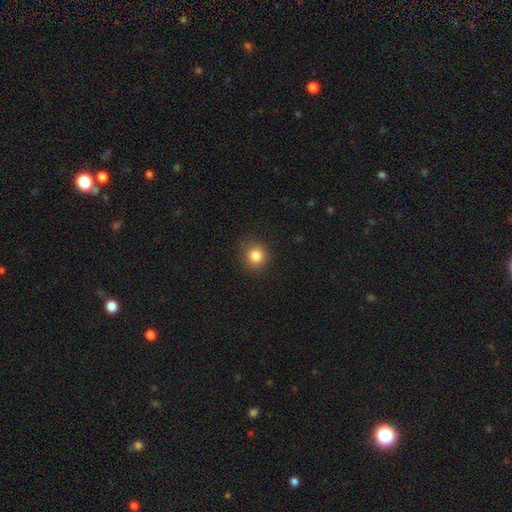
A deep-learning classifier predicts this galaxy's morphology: This is clearly a smooth galaxy (83%). How rounded: clearly round (91%). Merging: clearly none (89%).